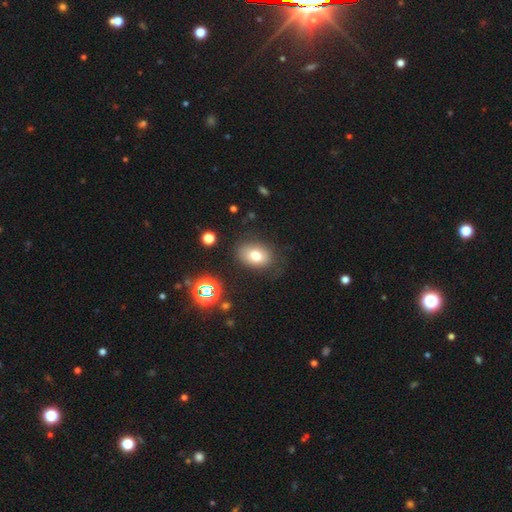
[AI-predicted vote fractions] smooth 74%, featured or disk 13%, star or artifact 13%. Down the decision tree: how rounded — in between (72%); merging — none (74%).